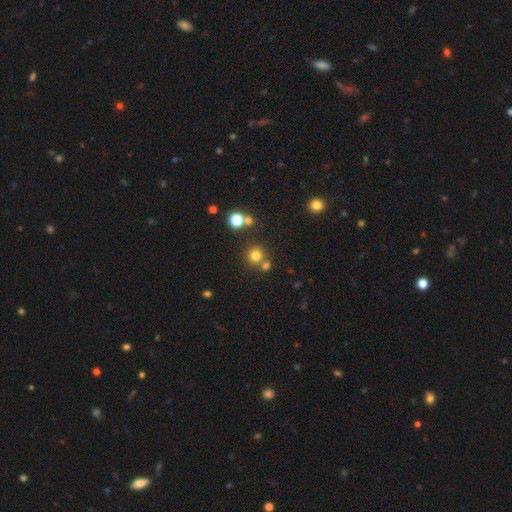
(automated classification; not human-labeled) The model was most divided on "merging": none: 72%, merger: 18%, minor disturbance: 7%, major disturbance: 3%. More confident: how rounded — round (93%); smooth or featured — smooth (76%).